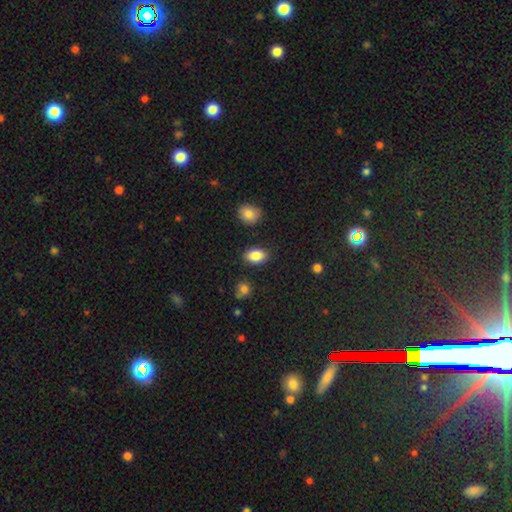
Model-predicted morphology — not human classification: Smooth or featured? smooth (86%)
How rounded? in between (87%)
Merging? none (87%)